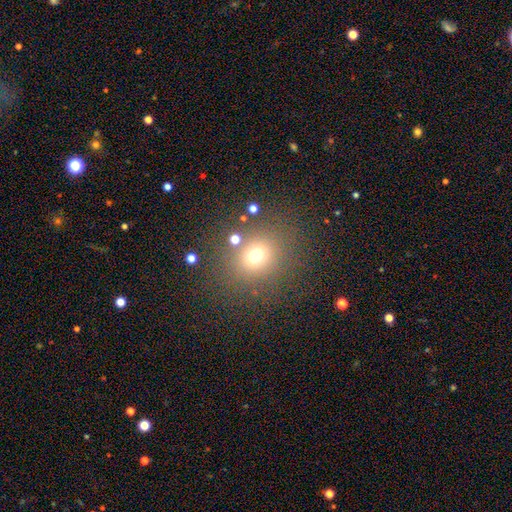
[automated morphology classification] smooth_or_featured: smooth (p=0.68) [alt: star or artifact p=0.22]
how_rounded: round (p=0.77) [alt: in between p=0.22]
merging: none (p=0.79) [alt: minor disturbance p=0.10]